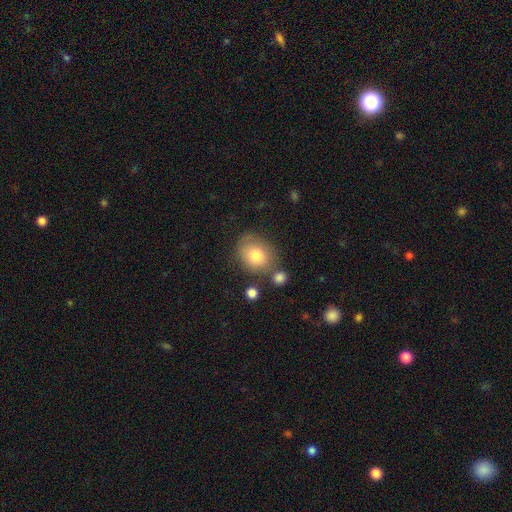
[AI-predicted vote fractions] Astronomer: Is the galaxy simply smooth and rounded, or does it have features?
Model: smooth — 78%.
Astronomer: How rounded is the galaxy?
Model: round — 68%.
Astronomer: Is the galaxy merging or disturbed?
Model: none — 64%.